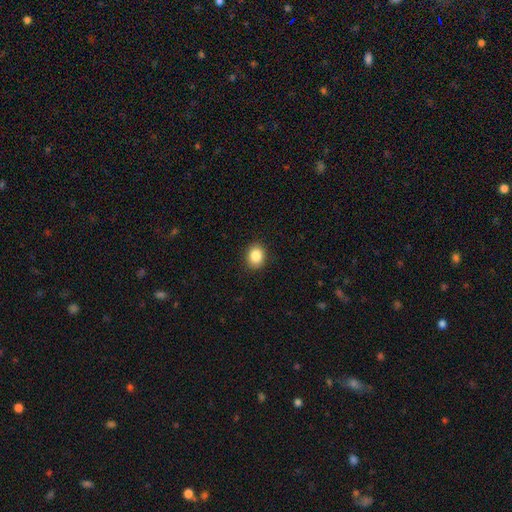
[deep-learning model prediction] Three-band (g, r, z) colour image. It shows a smooth galaxy with no disk features (86%) that is round (58%). Merging: none (90%).